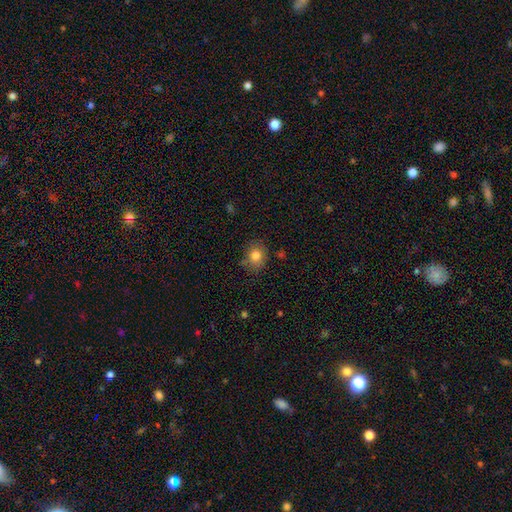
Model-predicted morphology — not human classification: Overall: smooth (81%). How rounded: round (59%; in between 40%). Merging: none (79%).